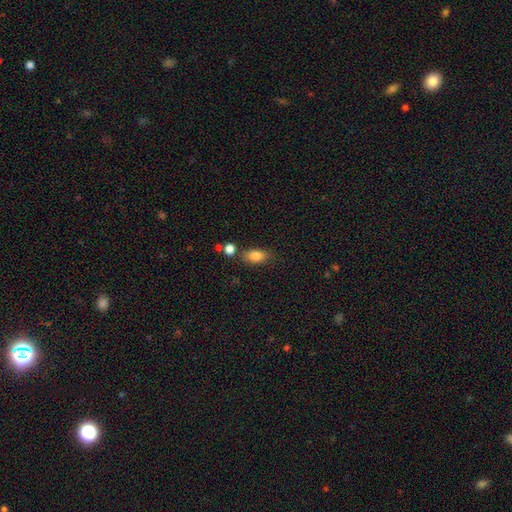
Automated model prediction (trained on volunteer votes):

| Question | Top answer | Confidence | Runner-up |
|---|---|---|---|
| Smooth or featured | smooth | 83% | star or artifact (9%) |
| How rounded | in between | 84% | round (10%) |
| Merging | none | 72% | minor disturbance (15%) |